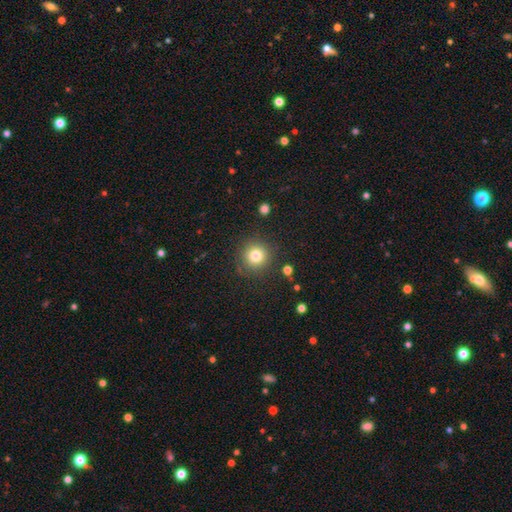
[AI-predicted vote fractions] This appears to be a smooth galaxy with no disk features (80%) that is round (94%). Merging: none (88%).